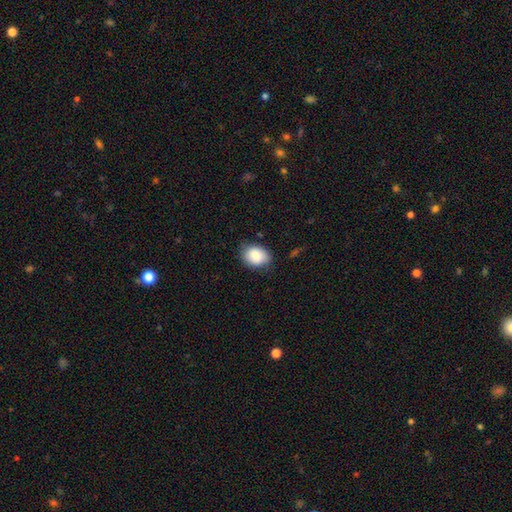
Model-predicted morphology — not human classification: Smooth or featured?
  - smooth: 85% *
  - featured or disk: 8%
  - star or artifact: 7%
How rounded?
  - in between: 62% *
  - round: 37%
  - cigar-shaped: 1%
Merging?
  - none: 73% *
  - minor disturbance: 21%
  - major disturbance: 4%
  - merger: 1%